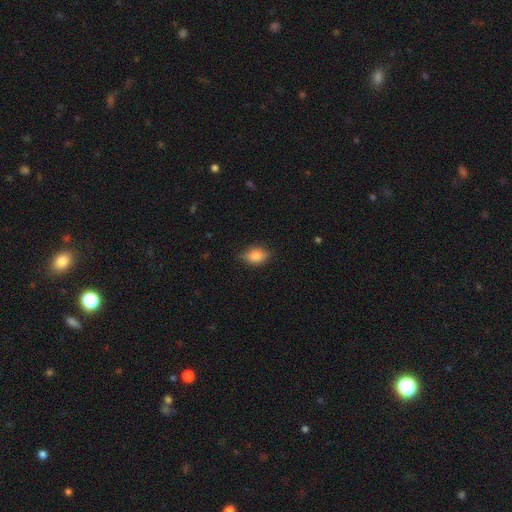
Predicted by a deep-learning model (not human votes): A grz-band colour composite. It shows a smooth galaxy with no disk features (78%) that is in between round and cigar-shaped (77%). Merging: none (72%).